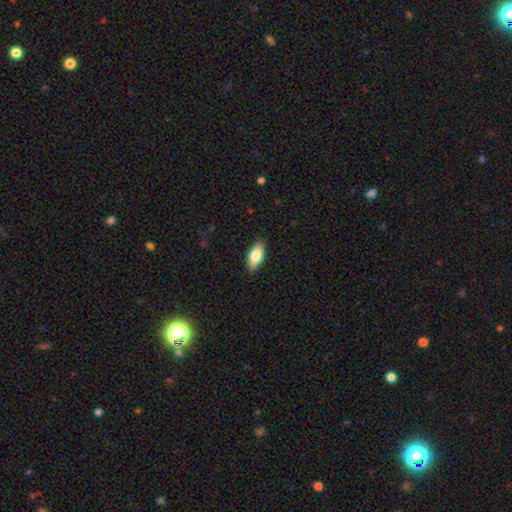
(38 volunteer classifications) Smooth or featured? 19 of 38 (50%) said smooth. How rounded? 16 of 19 (84%) said in between. Merging? 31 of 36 (86%) said none.